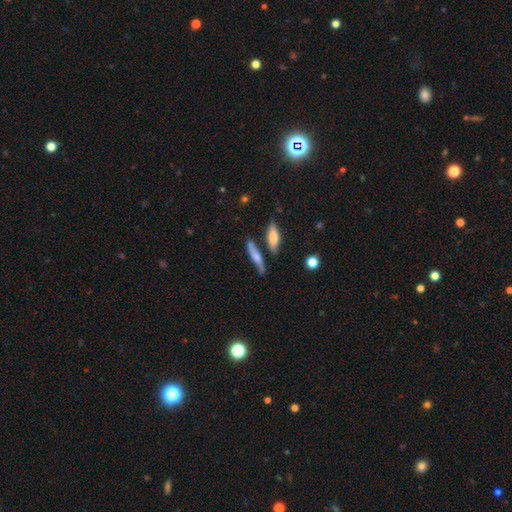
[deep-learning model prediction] Morphology: type=smooth (56%); roundness=cigar-shaped (74%); merging=none (61%).